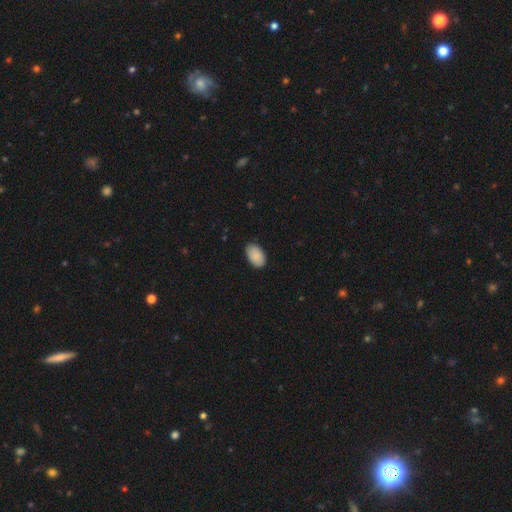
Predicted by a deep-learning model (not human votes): A smooth galaxy with no disk features (90%) that is in between round and cigar-shaped (94%). Merging: none (85%).